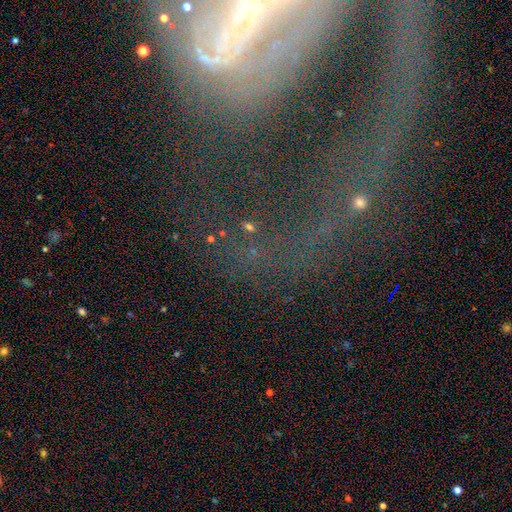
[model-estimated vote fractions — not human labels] Smooth or featured: featured or disk — 62% (star or artifact — 22%)
Edge-on disk: no — 83% (yes — 17%)
Bar: strong — 37% (no — 36%)
Spiral arms: yes — 67% (no — 33%)
Bulge size: small — 36% (moderate — 30%)
Merging: none — 44% (major disturbance — 31%)